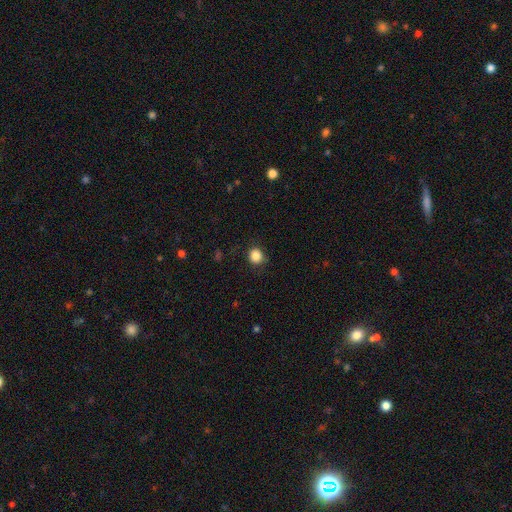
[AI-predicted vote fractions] Overall: smooth (86%). How rounded: round (87%). Merging: none (87%).